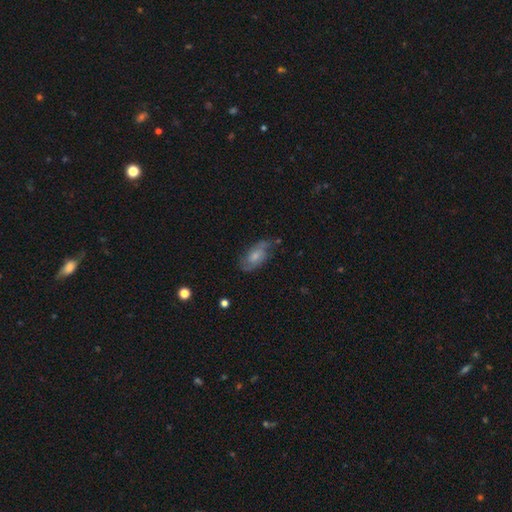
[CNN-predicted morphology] smooth-or-featured: featured or disk: 47% | smooth: 45% | star or artifact: 8%
  merging: none: 60% | minor disturbance: 27% | major disturbance: 11% | merger: 3%